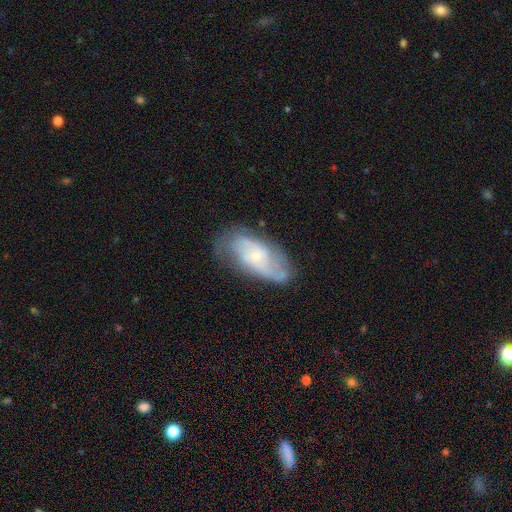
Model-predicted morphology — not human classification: featured or disk 69%, smooth 25%, star or artifact 7%. Down the decision tree: edge-on disk — no (93%); bar — no (59%); spiral arms — yes (88%); spiral arm count — 2 (64%); spiral winding — medium (43%); bulge size — small (67%); merging — none (66%).